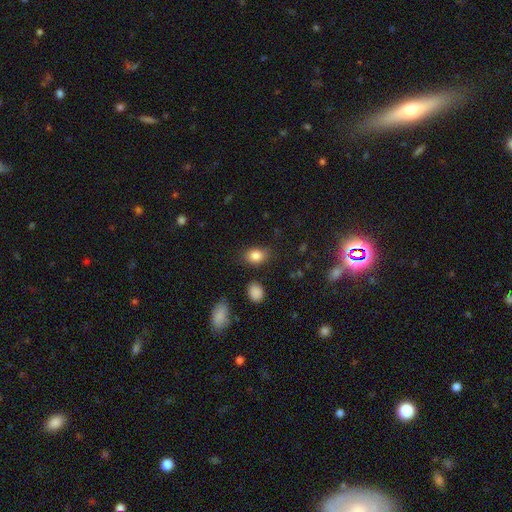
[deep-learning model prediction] smooth_or_featured: smooth (p=0.85) [alt: star or artifact p=0.09]
how_rounded: in between (p=0.73) [alt: round p=0.26]
merging: none (p=0.79) [alt: minor disturbance p=0.15]